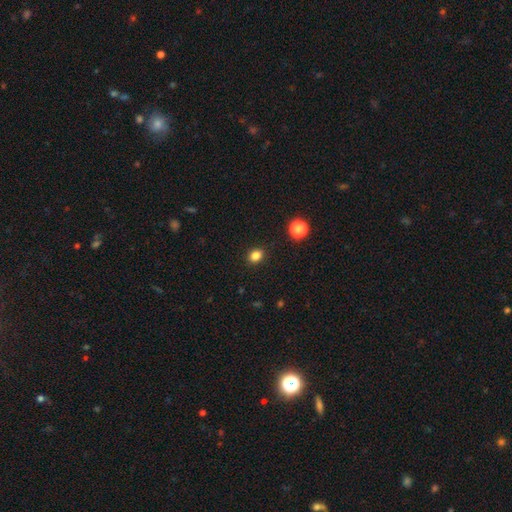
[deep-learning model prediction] smooth_or_featured: smooth (p=0.83) [alt: star or artifact p=0.13]
how_rounded: round (p=0.52) [alt: in between p=0.47]
merging: none (p=0.89) [alt: minor disturbance p=0.07]